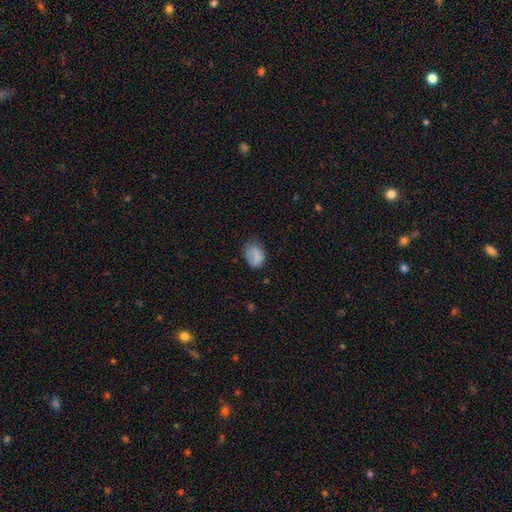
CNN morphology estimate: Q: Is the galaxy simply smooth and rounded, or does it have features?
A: smooth — 79%.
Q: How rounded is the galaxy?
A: in between — 67%.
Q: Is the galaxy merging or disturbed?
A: none — 61%.